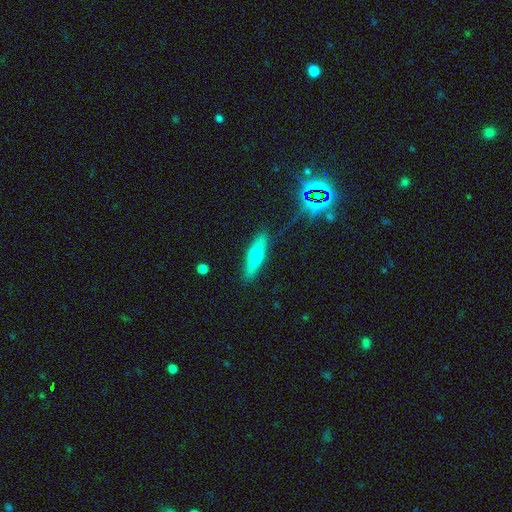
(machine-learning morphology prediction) smooth_or_featured: smooth (p=0.51) [alt: featured or disk p=0.41]
how_rounded: cigar-shaped (p=0.66) [alt: in between p=0.31]
merging: none (p=0.87) [alt: minor disturbance p=0.09]